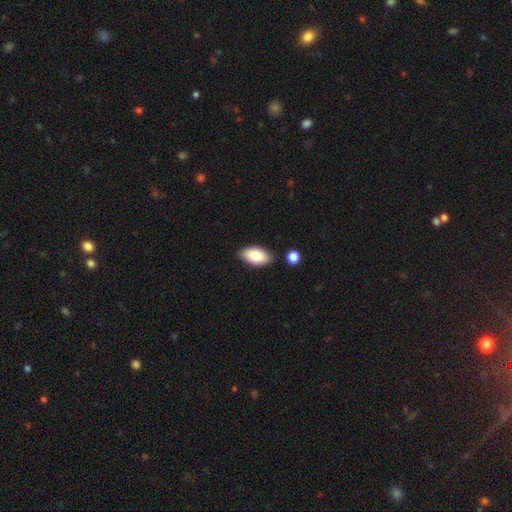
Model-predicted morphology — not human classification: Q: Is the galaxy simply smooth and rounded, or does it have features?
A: smooth — 85%.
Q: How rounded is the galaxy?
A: in between — 94%.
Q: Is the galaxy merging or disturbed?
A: none — 81%.